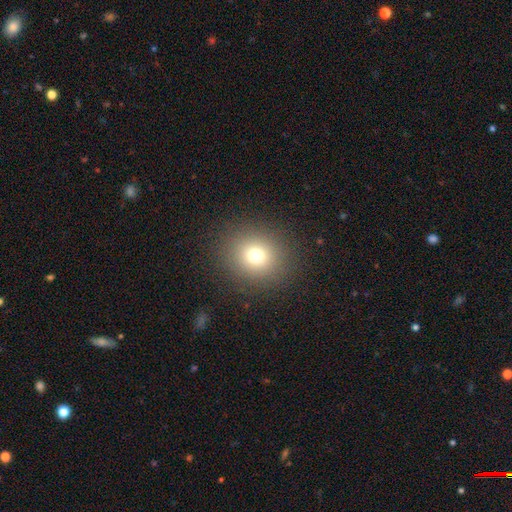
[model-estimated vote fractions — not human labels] smooth_or_featured: smooth (p=0.73) [alt: star or artifact p=0.17]
how_rounded: round (p=0.86) [alt: in between p=0.13]
merging: none (p=0.89) [alt: minor disturbance p=0.06]